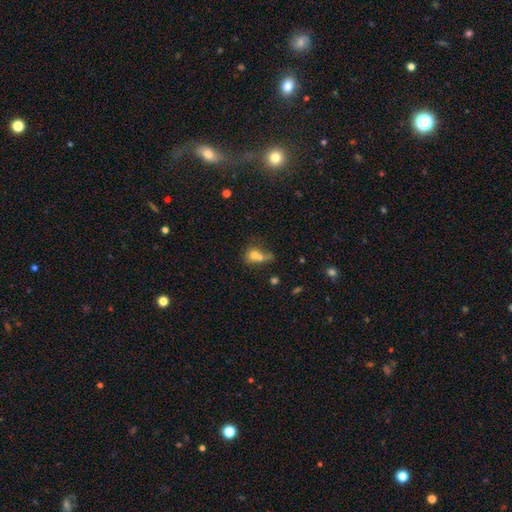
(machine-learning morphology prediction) The model was most divided on "how rounded": round: 60%, in between: 38%, cigar-shaped: 2%. More confident: smooth or featured — smooth (68%); merging — merger (62%).